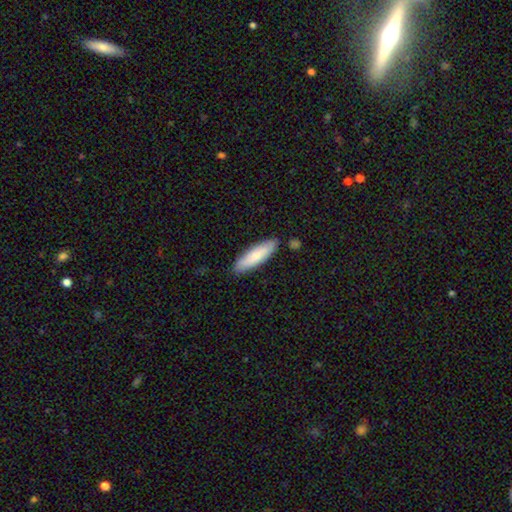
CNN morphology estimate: This appears to be a smooth galaxy with no disk features (77%) that is cigar-shaped (61%). Merging: none (85%).